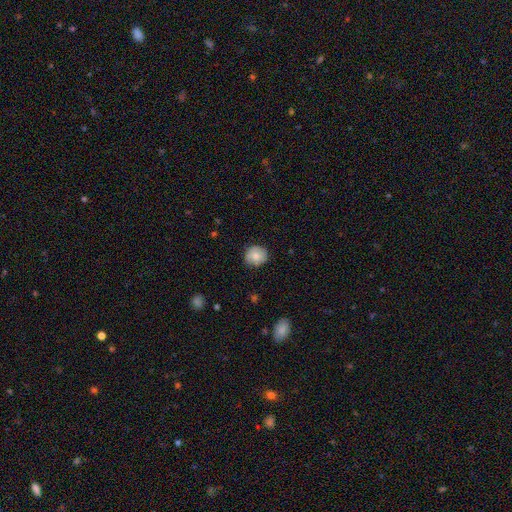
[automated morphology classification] Smooth or featured? Predicted: smooth (p=0.69). How rounded? Predicted: round (p=0.81). Merging? Predicted: none (p=0.75).